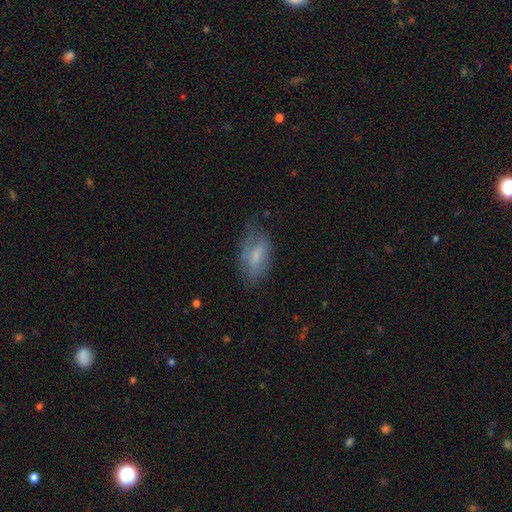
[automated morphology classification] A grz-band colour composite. It shows a smooth galaxy with no disk features (55%) that is in between round and cigar-shaped (89%). Merging: none (53%).